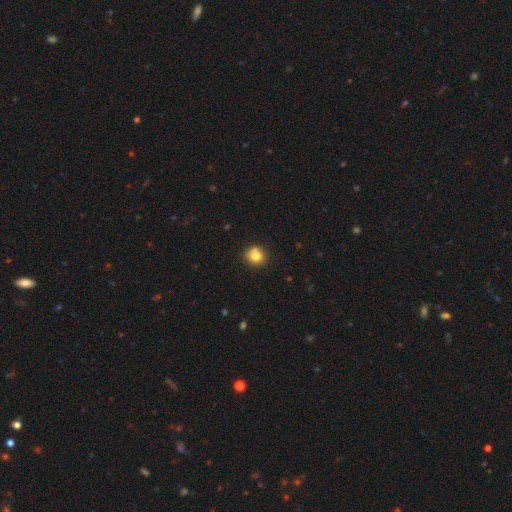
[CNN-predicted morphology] smooth 80%, star or artifact 11%, featured or disk 9%. Down the decision tree: how rounded — round (82%); merging — none (72%).